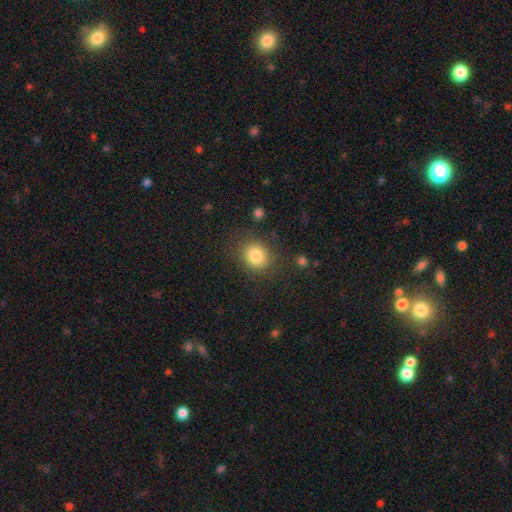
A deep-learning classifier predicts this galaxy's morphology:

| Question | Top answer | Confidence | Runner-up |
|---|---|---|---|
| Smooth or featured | smooth | 84% | star or artifact (10%) |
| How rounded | round | 79% | in between (20%) |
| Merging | none | 83% | minor disturbance (10%) |